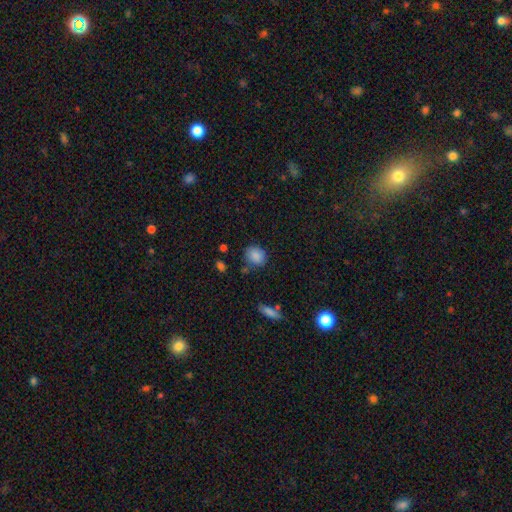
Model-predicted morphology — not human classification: Smooth or featured: smooth — 86% (star or artifact — 9%)
How rounded: round — 62% (in between — 37%)
Merging: none — 75% (minor disturbance — 17%)